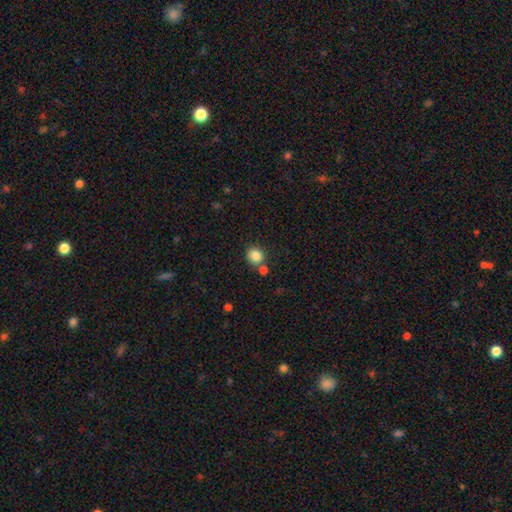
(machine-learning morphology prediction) Smooth or featured?
  - smooth: 85% *
  - star or artifact: 10%
  - featured or disk: 5%
How rounded?
  - round: 82% *
  - in between: 17%
  - cigar-shaped: 1%
Merging?
  - none: 68% *
  - merger: 19%
  - minor disturbance: 10%
  - major disturbance: 3%